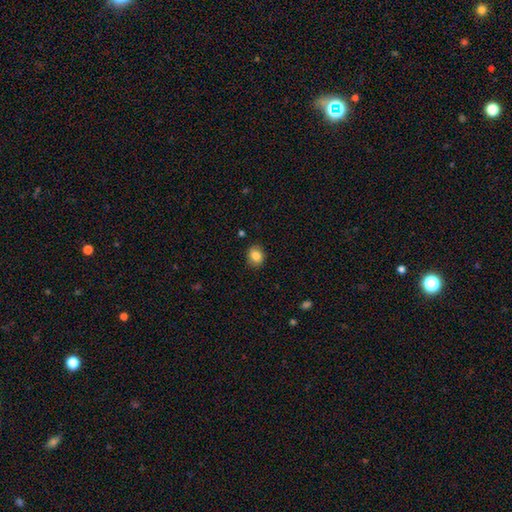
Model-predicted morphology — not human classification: A smooth galaxy with no disk features (85%) that is round (58%).

Vote fractions:
- Smooth or featured? smooth: 85% / star or artifact: 9% / featured or disk: 6%
- How rounded? round: 58% / in between: 41% / cigar-shaped: 1%
- Merging? none: 85% / minor disturbance: 11% / major disturbance: 2% / merger: 1%